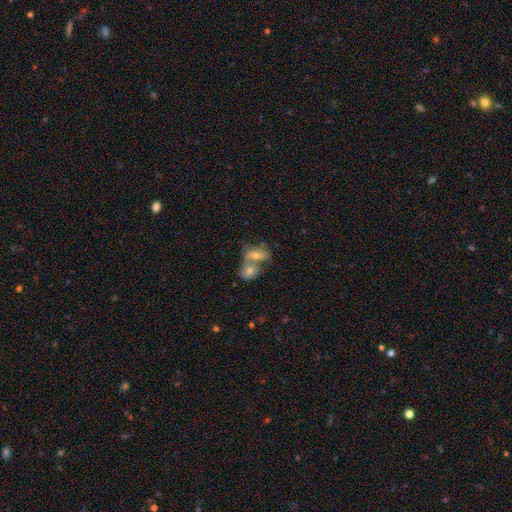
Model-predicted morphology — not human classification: A smooth galaxy with no disk features (43%).

Vote fractions:
- Smooth or featured? smooth: 43% / featured or disk: 40% / star or artifact: 17%
- Merging? merger: 59% / none: 29% / minor disturbance: 8% / major disturbance: 5%